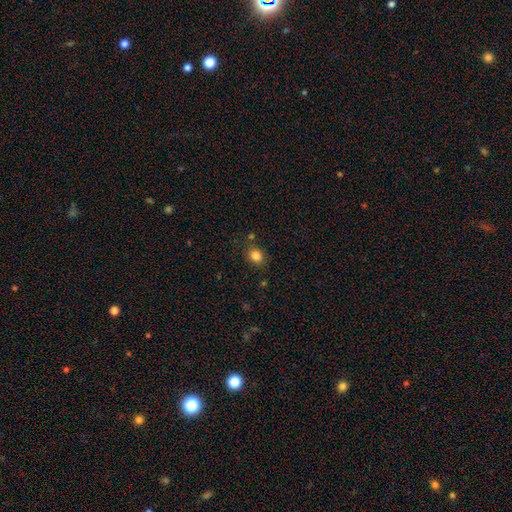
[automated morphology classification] A smooth galaxy with no disk features (84%) that is round (52%).

Vote fractions:
- Smooth or featured? smooth: 84% / star or artifact: 11% / featured or disk: 5%
- How rounded? round: 52% / in between: 47% / cigar-shaped: 1%
- Merging? none: 81% / minor disturbance: 12% / merger: 4% / major disturbance: 3%